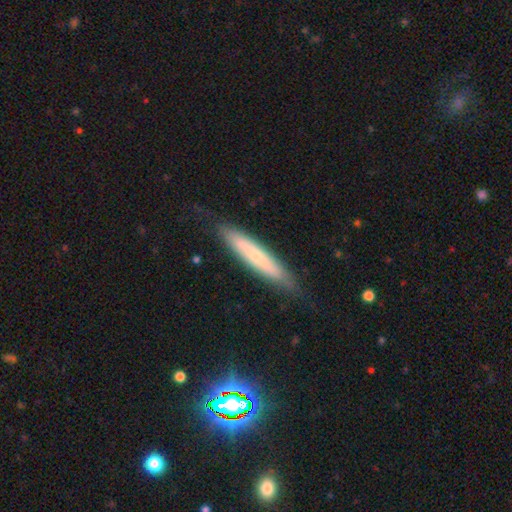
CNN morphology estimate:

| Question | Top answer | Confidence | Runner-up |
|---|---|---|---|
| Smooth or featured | smooth | 51% | featured or disk (43%) |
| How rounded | cigar-shaped | 86% | in between (12%) |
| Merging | none | 81% | minor disturbance (14%) |